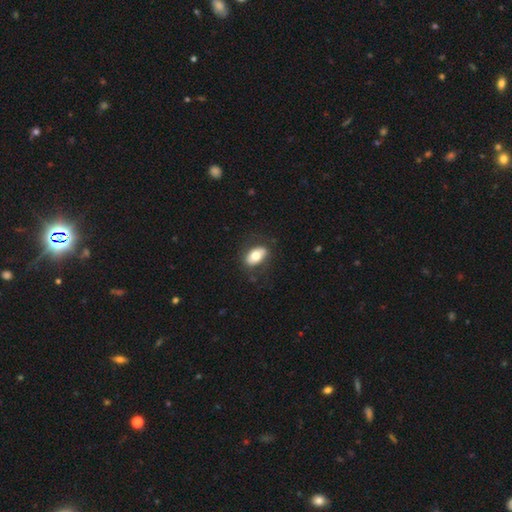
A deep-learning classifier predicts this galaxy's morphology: Smooth or featured?
  - smooth: 69% *
  - featured or disk: 25%
  - star or artifact: 7%
How rounded?
  - in between: 89% *
  - round: 8%
  - cigar-shaped: 3%
Merging?
  - none: 79% *
  - minor disturbance: 14%
  - major disturbance: 6%
  - merger: 1%